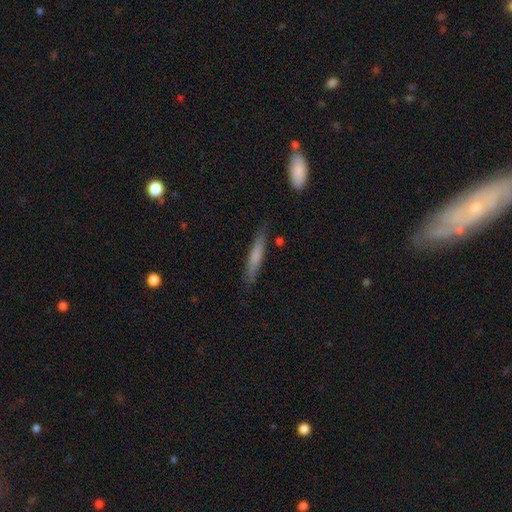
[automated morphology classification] Q: Smooth or featured?
A: smooth (67%); runner-up: featured or disk (27%)
Q: How rounded?
A: cigar-shaped (91%); runner-up: in between (7%)
Q: Merging?
A: none (81%); runner-up: minor disturbance (14%)